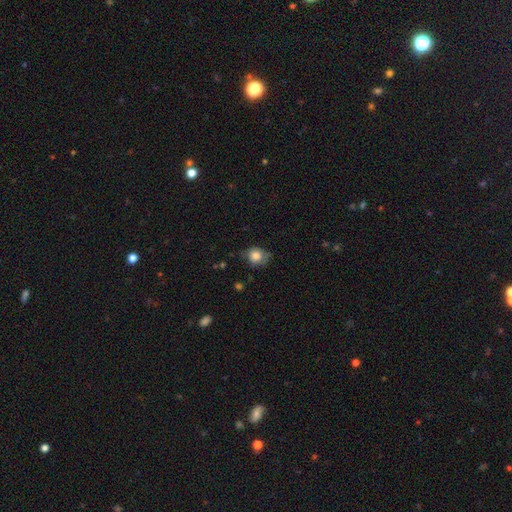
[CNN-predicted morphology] Smooth or featured? Predicted: smooth (p=0.79). How rounded? Predicted: round (p=0.73). Merging? Predicted: none (p=0.61).